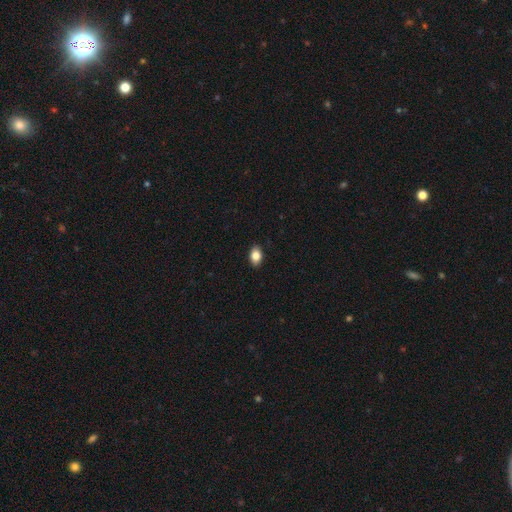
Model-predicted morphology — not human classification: A smooth galaxy with no disk features (85%) that is in between round and cigar-shaped (84%). Merging: none (89%).